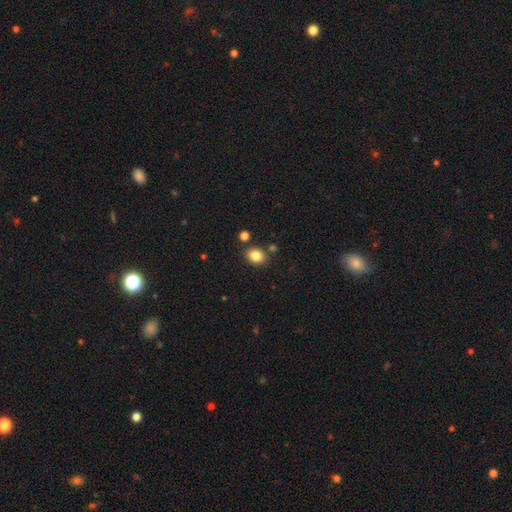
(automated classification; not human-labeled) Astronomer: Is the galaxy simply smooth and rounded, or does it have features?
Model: smooth — 84%.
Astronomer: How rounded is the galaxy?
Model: round — 53% (runner-up: in between, 46%).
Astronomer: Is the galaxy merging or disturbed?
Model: none — 80%.